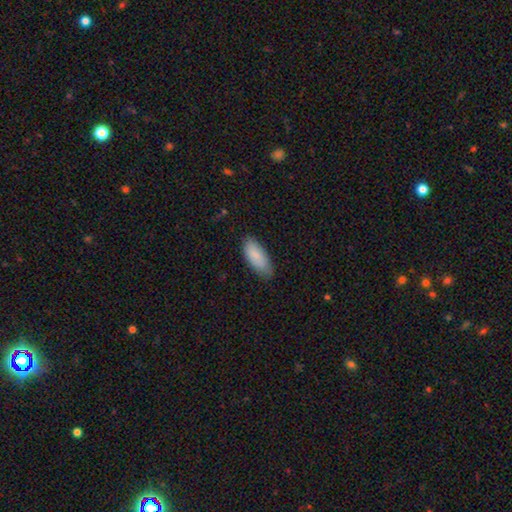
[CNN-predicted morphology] Smooth or featured?
  - smooth: 87% *
  - featured or disk: 8%
  - star or artifact: 6%
How rounded?
  - in between: 85% *
  - cigar-shaped: 14%
  - round: 2%
Merging?
  - none: 77% *
  - minor disturbance: 19%
  - major disturbance: 3%
  - merger: 1%